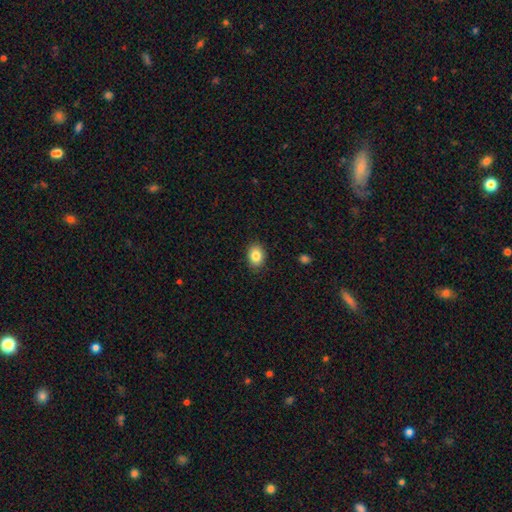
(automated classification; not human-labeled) smooth-or-featured: smooth: 84% | star or artifact: 9% | featured or disk: 7%
  how-rounded: in between: 63% | round: 36% | cigar-shaped: 1%
  merging: none: 88% | minor disturbance: 9% | major disturbance: 2% | merger: 1%